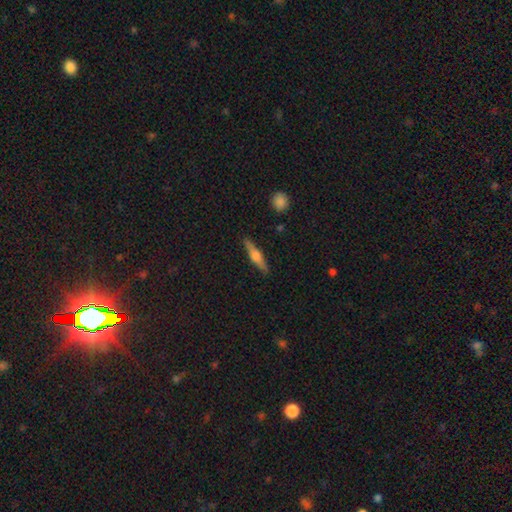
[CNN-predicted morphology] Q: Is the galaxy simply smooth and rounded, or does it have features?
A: featured or disk — 55%.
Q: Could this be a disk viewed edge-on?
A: yes — 96%.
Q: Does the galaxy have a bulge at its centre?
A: rounded — 89%.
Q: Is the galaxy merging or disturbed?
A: none — 89%.